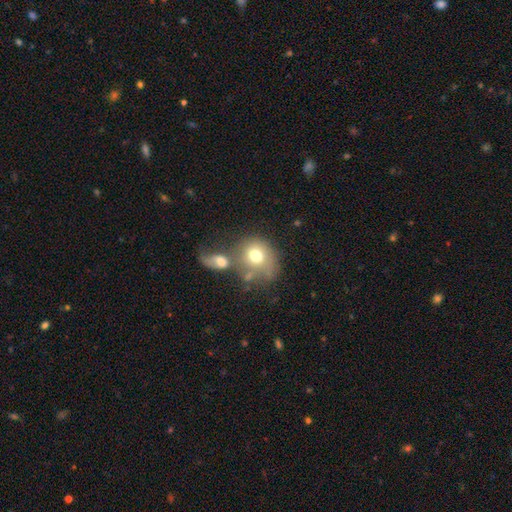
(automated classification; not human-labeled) The model was most divided on "merging": merger: 44%, none: 29%, minor disturbance: 14%, major disturbance: 14%. More confident: smooth or featured — smooth (69%); how rounded — round (68%).